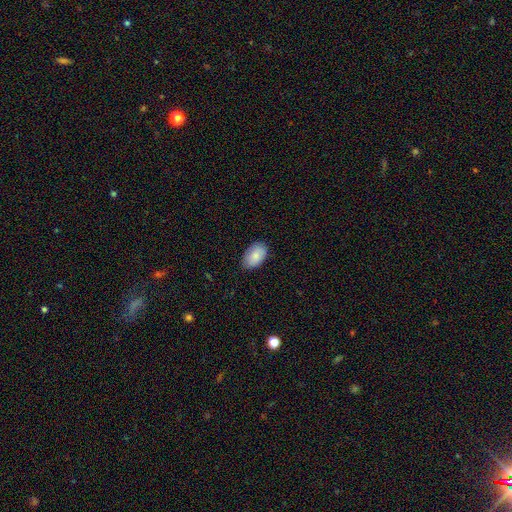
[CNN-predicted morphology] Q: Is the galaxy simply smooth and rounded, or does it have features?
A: smooth — 86%.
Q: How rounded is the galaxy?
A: in between — 92%.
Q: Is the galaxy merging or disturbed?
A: none — 84%.